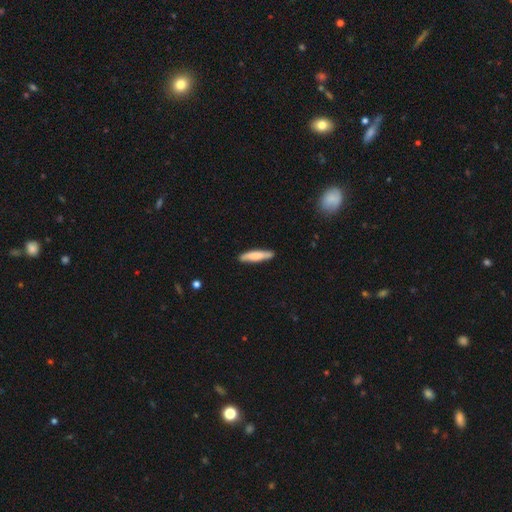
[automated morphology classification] Smooth or featured? Predicted: smooth (p=0.72). How rounded? Predicted: cigar-shaped (p=0.85). Merging? Predicted: none (p=0.85).